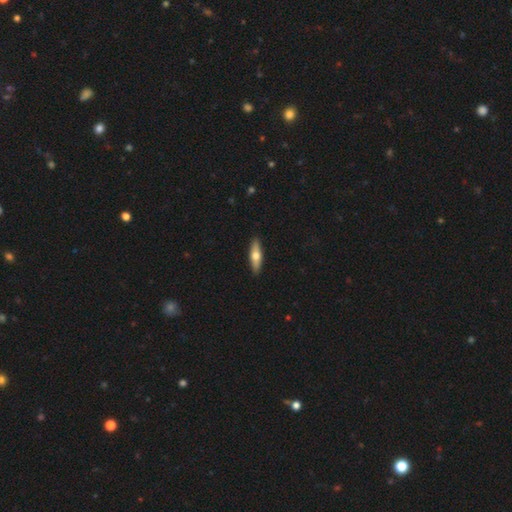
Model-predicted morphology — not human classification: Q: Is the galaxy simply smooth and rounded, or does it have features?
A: smooth — 56%.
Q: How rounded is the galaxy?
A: cigar-shaped — 62%.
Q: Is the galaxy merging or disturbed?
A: none — 91%.